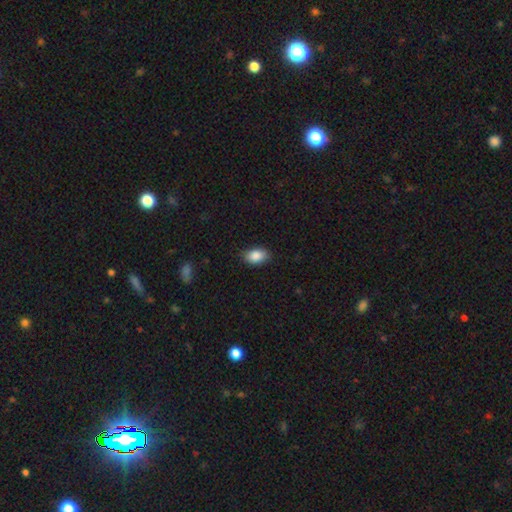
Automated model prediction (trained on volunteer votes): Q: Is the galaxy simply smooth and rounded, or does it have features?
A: smooth — 88%.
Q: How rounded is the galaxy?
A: in between — 90%.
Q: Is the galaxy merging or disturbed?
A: none — 84%.